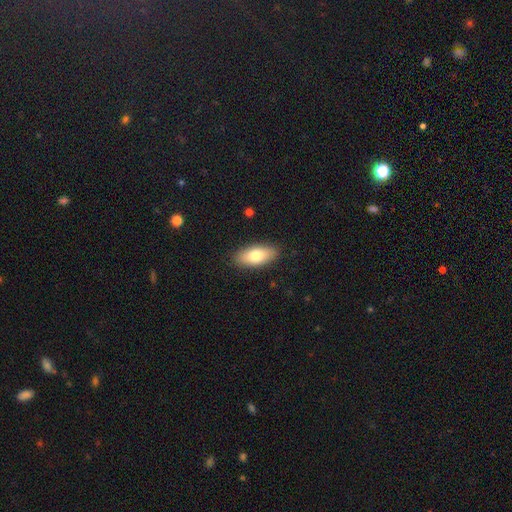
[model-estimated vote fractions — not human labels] A smooth galaxy with no disk features (75%) that is in between round and cigar-shaped (84%).

Vote fractions:
- Smooth or featured? smooth: 75% / featured or disk: 18% / star or artifact: 6%
- How rounded? in between: 84% / cigar-shaped: 13% / round: 3%
- Merging? none: 88% / minor disturbance: 9% / major disturbance: 2% / merger: 1%